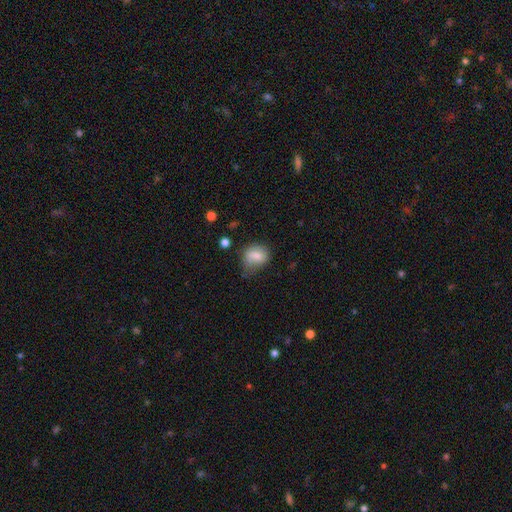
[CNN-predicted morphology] This appears to be a smooth galaxy with no disk features (78%) that is round (53%). Merging: none (47%).